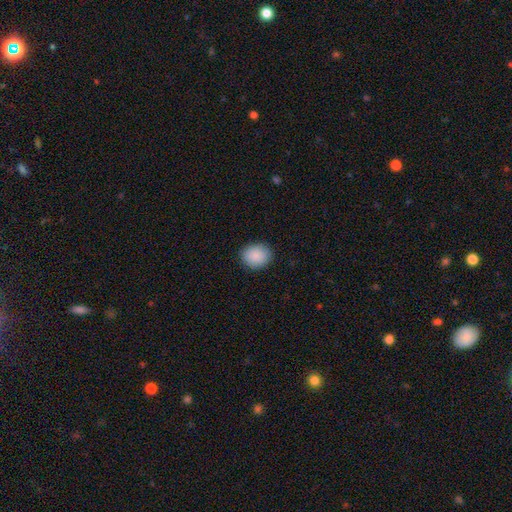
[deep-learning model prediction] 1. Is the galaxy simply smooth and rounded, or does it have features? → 88% smooth, 8% star or artifact, 4% featured or disk.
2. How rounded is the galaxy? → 69% round, 30% in between, 1% cigar-shaped.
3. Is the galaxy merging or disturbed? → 89% none, 8% minor disturbance, 2% major disturbance, 1% merger.